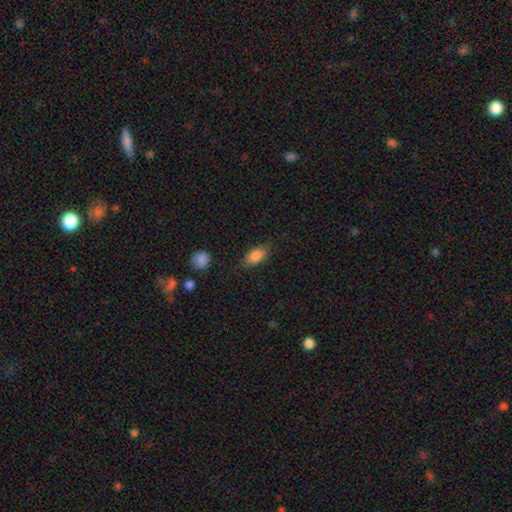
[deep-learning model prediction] smooth 84%, featured or disk 9%, star or artifact 8%. Down the decision tree: how rounded — in between (88%); merging — none (79%).